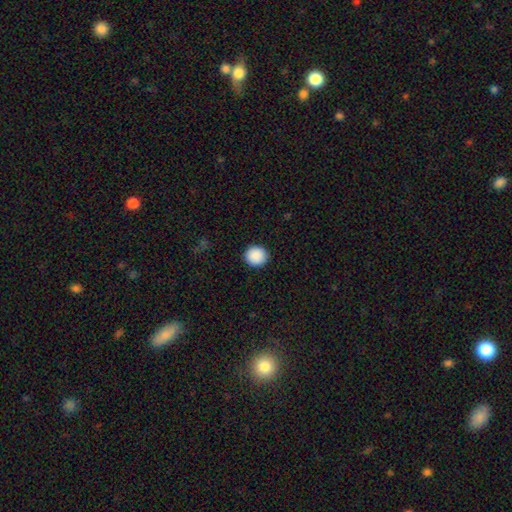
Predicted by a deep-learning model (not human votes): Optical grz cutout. It shows a smooth galaxy with no disk features (90%) that is round (89%). Merging: none (92%).